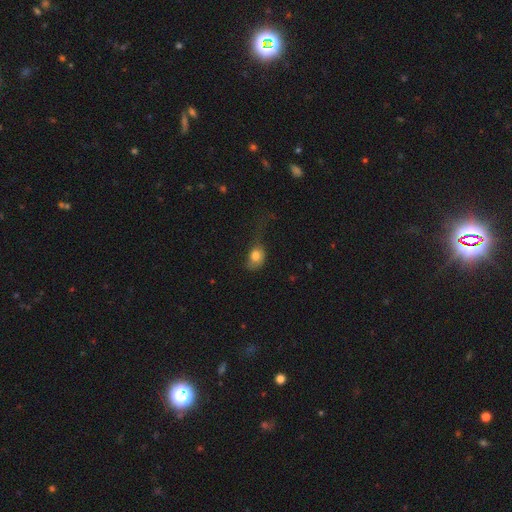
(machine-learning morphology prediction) The model was most divided on "merging": major disturbance: 41%, minor disturbance: 30%, none: 26%, merger: 3%. More confident: smooth or featured — smooth (78%); how rounded — in between (59%).